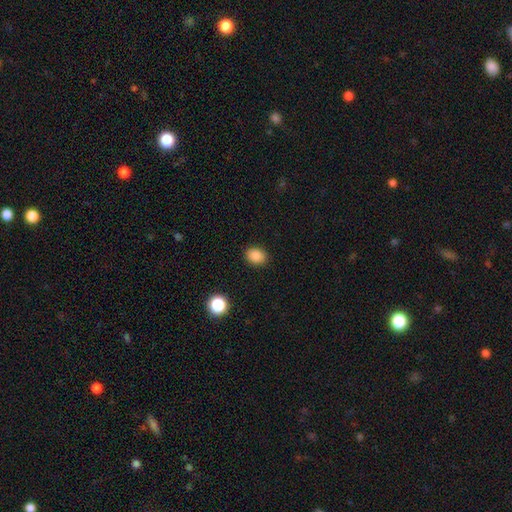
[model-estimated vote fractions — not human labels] Overall: smooth (86%). How rounded: in between (57%; round 42%). Merging: none (89%).